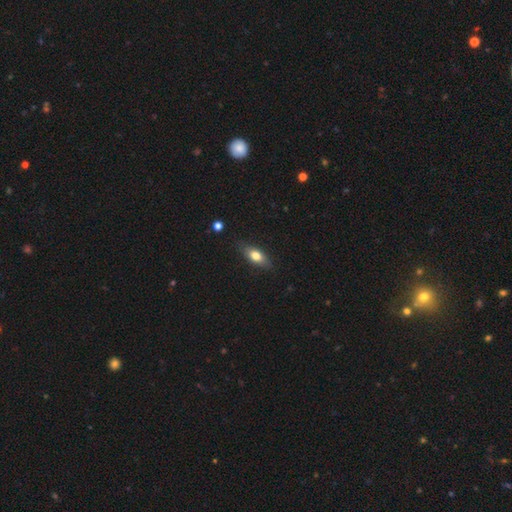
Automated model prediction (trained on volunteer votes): A smooth galaxy with no disk features (71%) that is in between round and cigar-shaped (78%). Merging: none (82%).